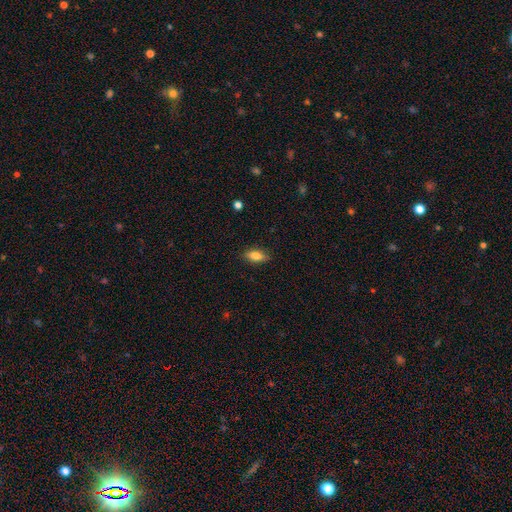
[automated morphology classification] The model was most divided on "how rounded": in between: 81%, cigar-shaped: 15%, round: 4%. More confident: merging — none (87%); smooth or featured — smooth (81%).